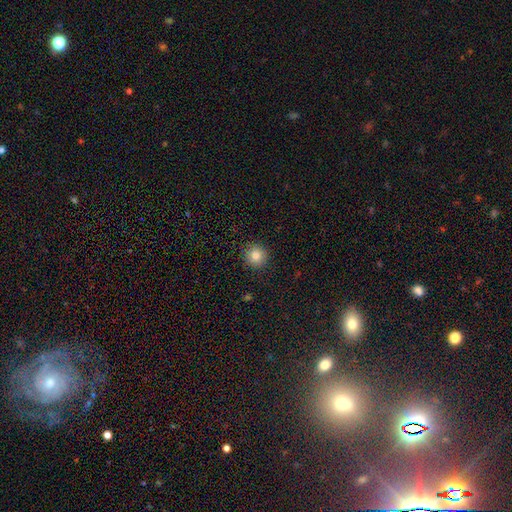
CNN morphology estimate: Smooth or featured?
  - smooth: 82% *
  - star or artifact: 12%
  - featured or disk: 7%
How rounded?
  - round: 95% *
  - in between: 4%
  - cigar-shaped: 1%
Merging?
  - none: 92% *
  - minor disturbance: 5%
  - major disturbance: 2%
  - merger: 1%